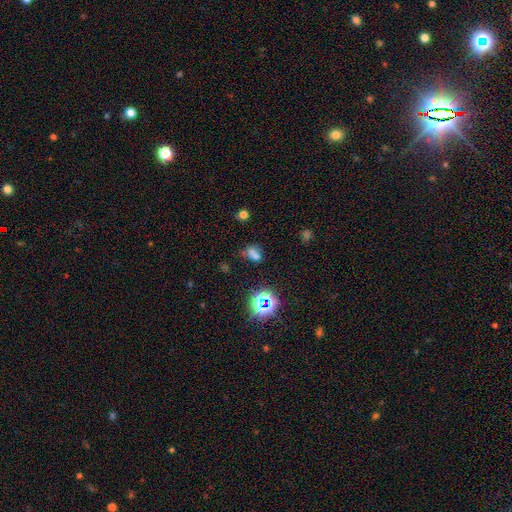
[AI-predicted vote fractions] Smooth or featured? Predicted: smooth (p=0.57). How rounded? Predicted: in between (p=0.63). Merging? Predicted: none (p=0.45).